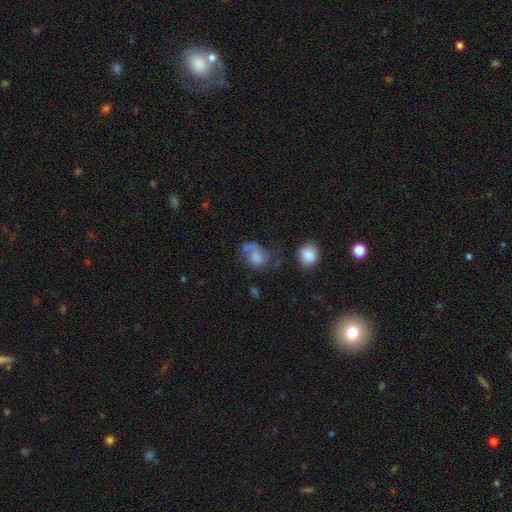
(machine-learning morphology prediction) smooth-or-featured: smooth: 57% | featured or disk: 30% | star or artifact: 12%
  how-rounded: in between: 59% | round: 39% | cigar-shaped: 1%
  merging: major disturbance: 34% | none: 26% | merger: 21% | minor disturbance: 18%